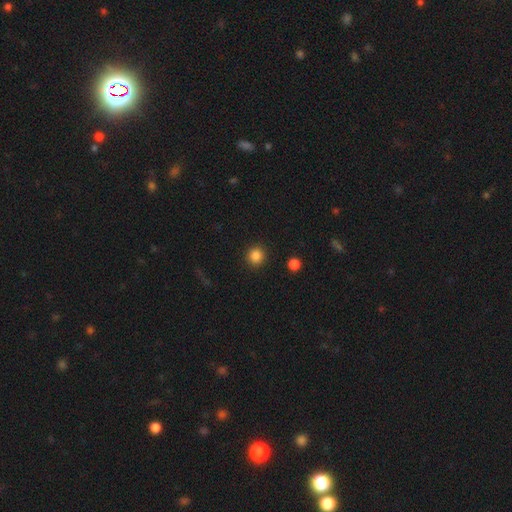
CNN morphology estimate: The model was most divided on "smooth or featured": smooth: 86%, star or artifact: 11%, featured or disk: 3%. More confident: how rounded — round (92%); merging — none (91%).